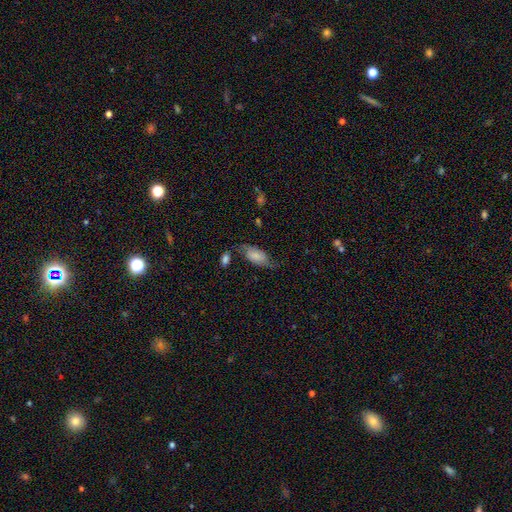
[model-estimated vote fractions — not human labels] Overall: smooth (60%; featured or disk 33%). How rounded: in between (90%). Merging: none (54%; minor disturbance 26%).